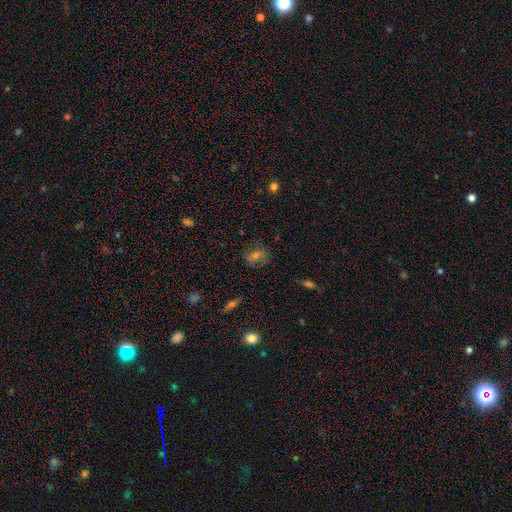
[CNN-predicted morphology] Smooth or featured: smooth — 46% (featured or disk — 27%)
Merging: none — 75% (minor disturbance — 16%)